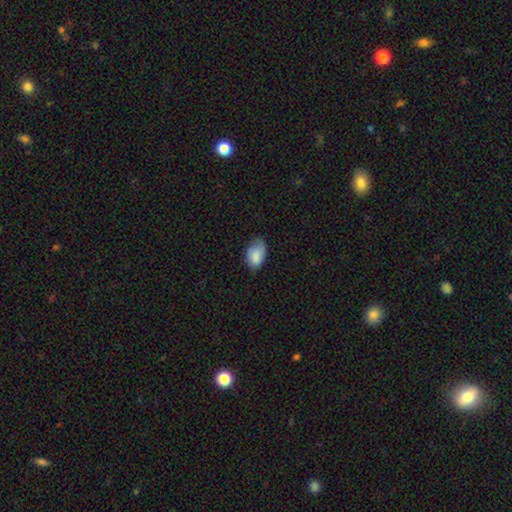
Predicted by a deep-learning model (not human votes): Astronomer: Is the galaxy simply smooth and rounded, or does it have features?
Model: smooth — 83%.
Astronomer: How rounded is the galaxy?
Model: in between — 90%.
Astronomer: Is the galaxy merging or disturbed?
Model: none — 60%.